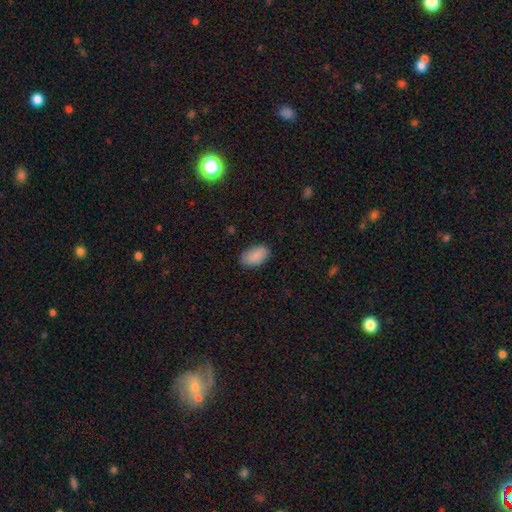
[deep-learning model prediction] This appears to be a smooth galaxy with no disk features (89%) that is in between round and cigar-shaped (94%). Merging: none (83%).